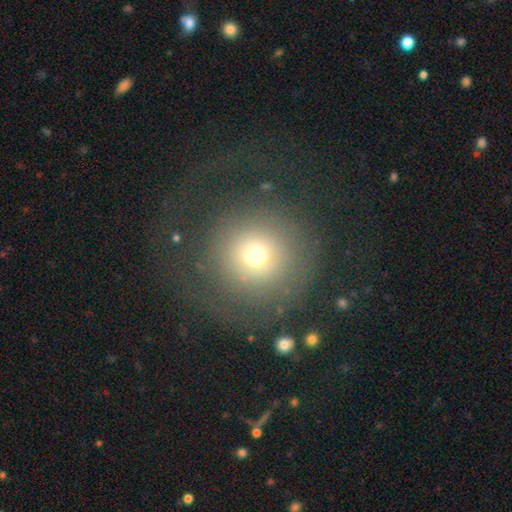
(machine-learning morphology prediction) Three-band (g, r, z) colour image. It shows a smooth galaxy with no disk features (67%) that is round (94%). Merging: none (68%).